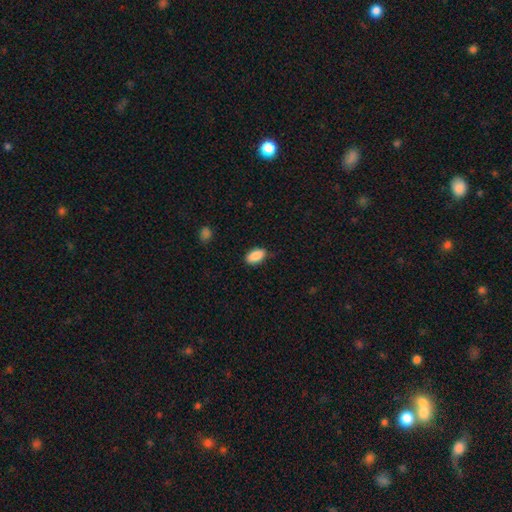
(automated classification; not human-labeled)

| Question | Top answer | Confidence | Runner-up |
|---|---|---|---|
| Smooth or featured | smooth | 88% | star or artifact (7%) |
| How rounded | in between | 93% | round (4%) |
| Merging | none | 79% | minor disturbance (17%) |